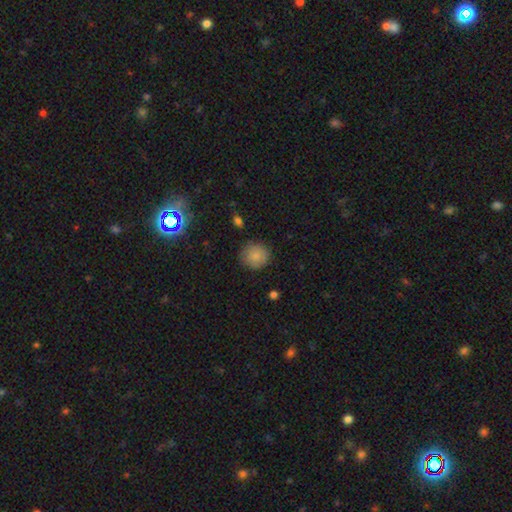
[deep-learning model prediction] A smooth galaxy with no disk features (84%) that is round (91%).

Vote fractions:
- Smooth or featured? smooth: 84% / star or artifact: 9% / featured or disk: 7%
- How rounded? round: 91% / in between: 8% / cigar-shaped: 1%
- Merging? none: 84% / minor disturbance: 12% / major disturbance: 3% / merger: 1%